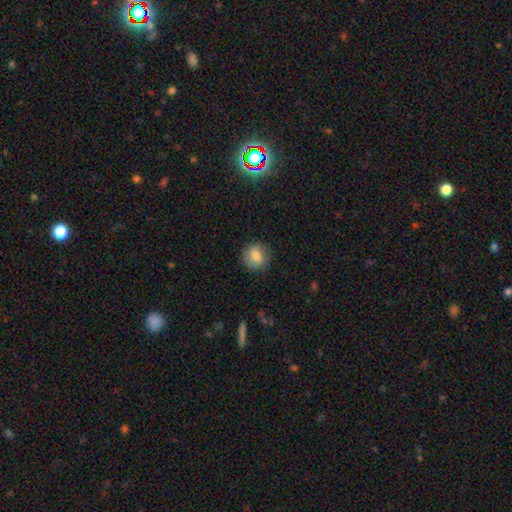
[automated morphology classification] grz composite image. It shows a smooth galaxy with no disk features (81%) that is round (84%). Merging: none (83%).